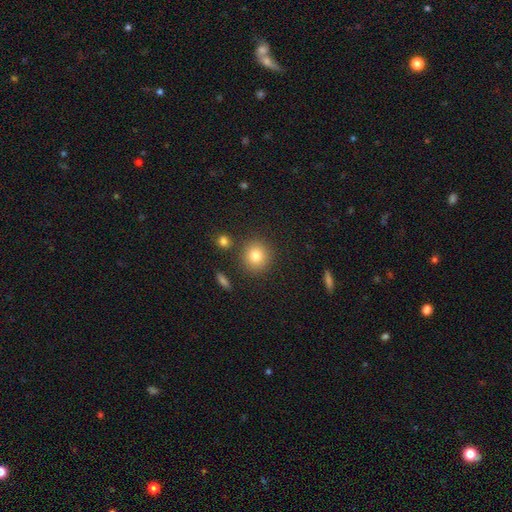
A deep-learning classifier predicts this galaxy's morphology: Overall: smooth (81%). How rounded: round (86%). Merging: none (84%).